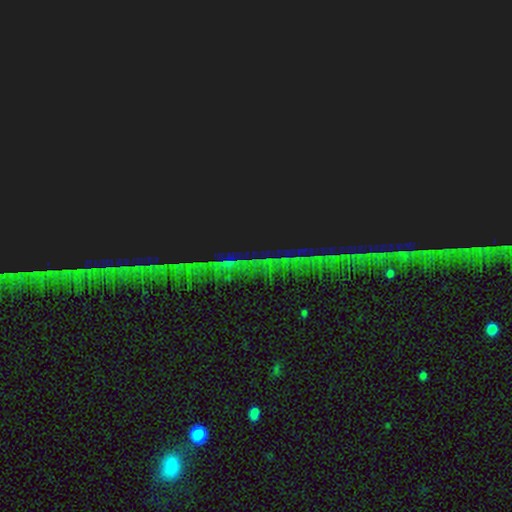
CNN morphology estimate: This is clearly a star or artifact rather than a galaxy (84%).